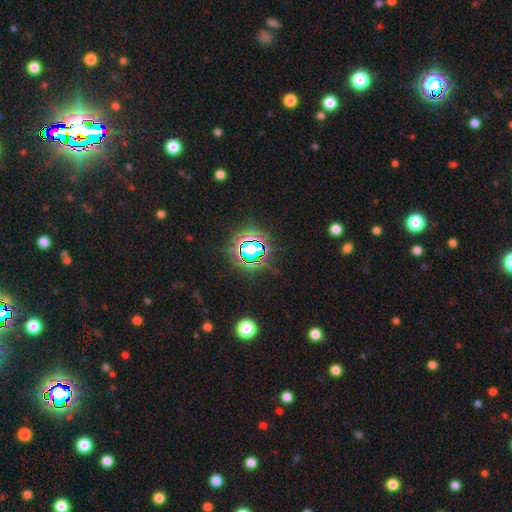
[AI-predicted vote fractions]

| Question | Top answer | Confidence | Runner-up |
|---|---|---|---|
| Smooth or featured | star or artifact | 80% | smooth (13%) |